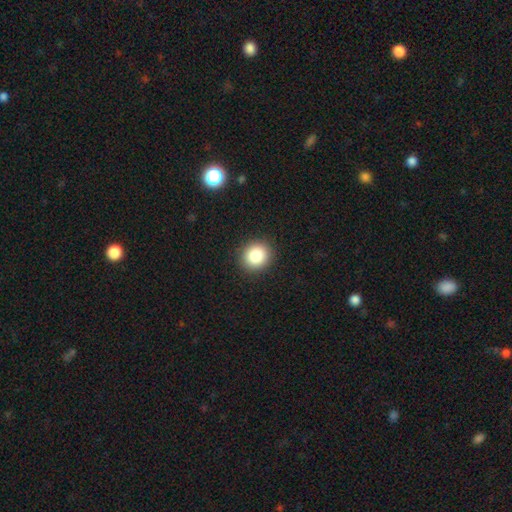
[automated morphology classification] smooth_or_featured: smooth (p=0.85) [alt: star or artifact p=0.10]
how_rounded: round (p=0.84) [alt: in between p=0.15]
merging: none (p=0.92) [alt: minor disturbance p=0.06]